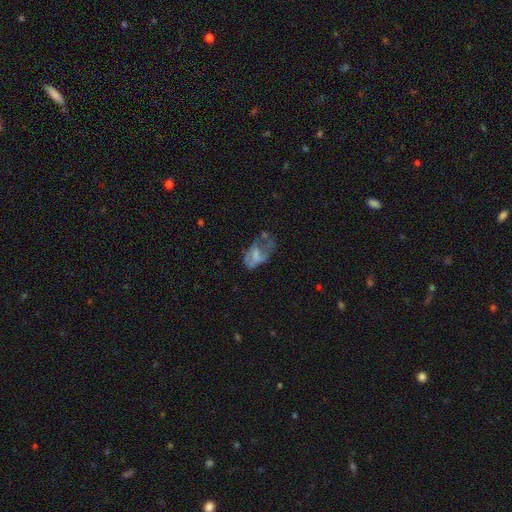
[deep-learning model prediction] Overall: featured or disk (50%; smooth 40%). Merging: major disturbance (42%; none 27%).